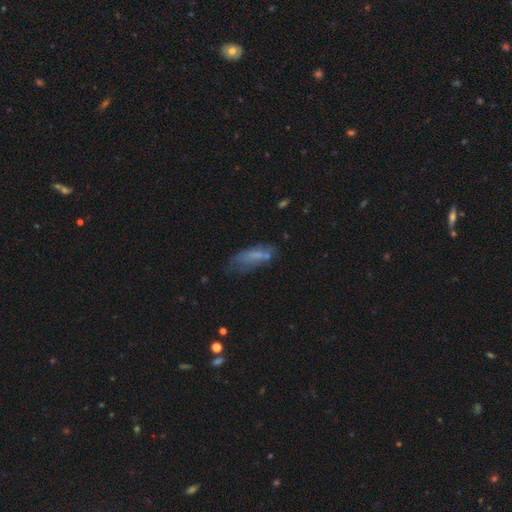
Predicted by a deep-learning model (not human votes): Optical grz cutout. It shows a smooth galaxy with no disk features (58%) that is in between round and cigar-shaped (54%). Merging: none (44%).